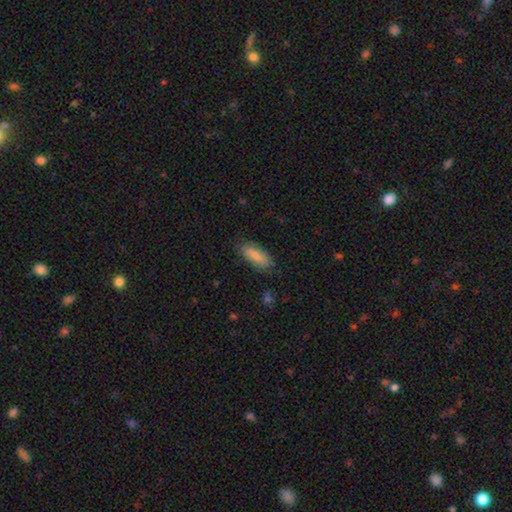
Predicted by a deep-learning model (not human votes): Smooth or featured?
  - smooth: 83% *
  - featured or disk: 11%
  - star or artifact: 6%
How rounded?
  - in between: 74% *
  - cigar-shaped: 24%
  - round: 2%
Merging?
  - none: 78% *
  - minor disturbance: 17%
  - major disturbance: 4%
  - merger: 1%